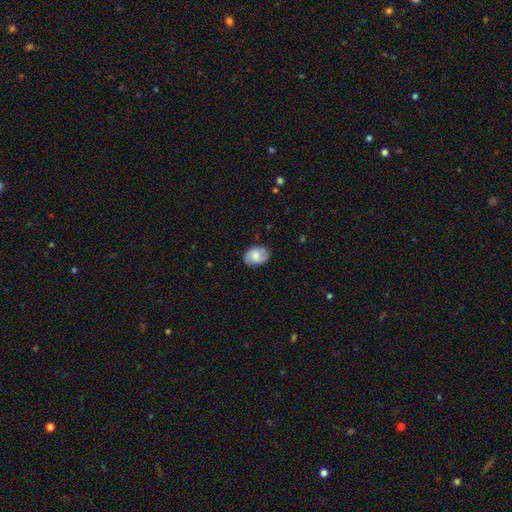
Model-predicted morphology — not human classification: Q: Smooth or featured?
A: smooth (50%); runner-up: featured or disk (42%)
Q: How rounded?
A: in between (76%); runner-up: round (23%)
Q: Merging?
A: none (79%); runner-up: minor disturbance (16%)